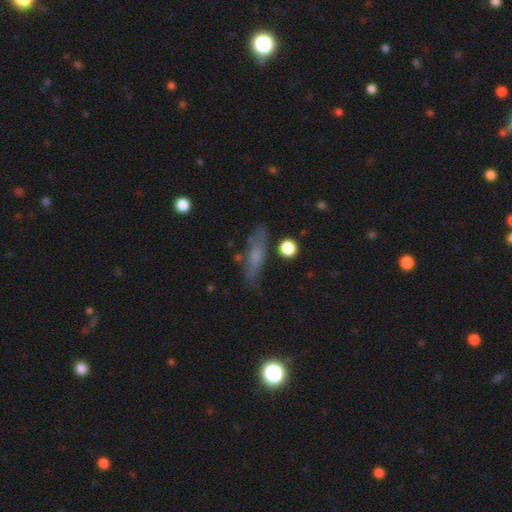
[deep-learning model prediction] Morphology: type=smooth (52%); roundness=cigar-shaped (63%); merging=none (71%).